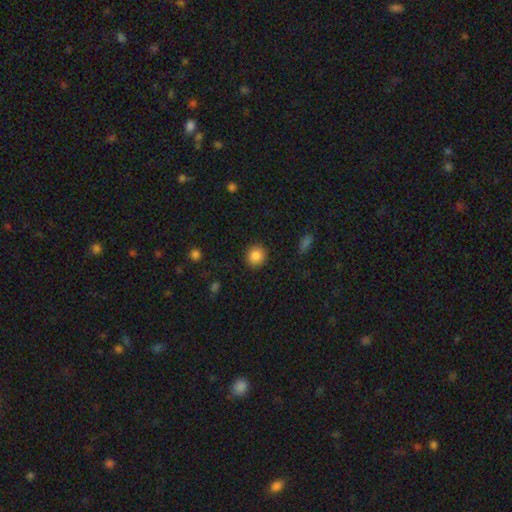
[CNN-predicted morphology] smooth 86%, star or artifact 9%, featured or disk 5%. Down the decision tree: how rounded — round (87%); merging — none (90%).